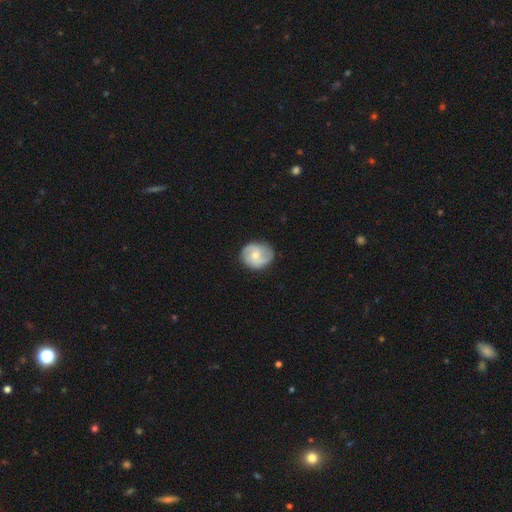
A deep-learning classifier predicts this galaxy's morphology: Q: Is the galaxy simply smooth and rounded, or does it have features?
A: featured or disk — 57%.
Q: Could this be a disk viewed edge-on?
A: no — 97%.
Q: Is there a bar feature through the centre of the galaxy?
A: no — 58%.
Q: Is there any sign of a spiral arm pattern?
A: yes — 87%.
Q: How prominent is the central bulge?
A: moderate — 55%.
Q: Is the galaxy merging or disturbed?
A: none — 77%.